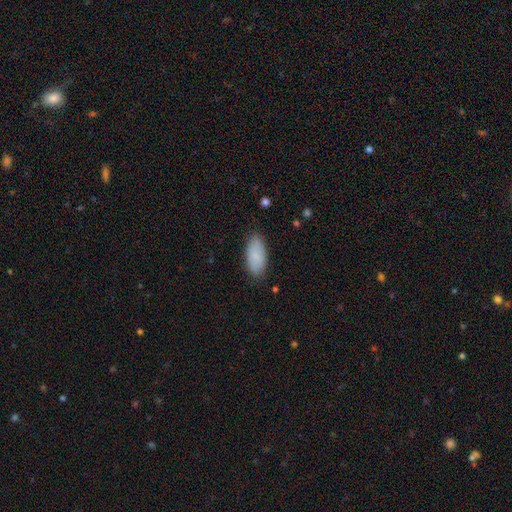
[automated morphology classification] smooth_or_featured: smooth (p=0.86) [alt: featured or disk p=0.08]
how_rounded: in between (p=0.91) [alt: cigar-shaped p=0.07]
merging: none (p=0.83) [alt: minor disturbance p=0.13]